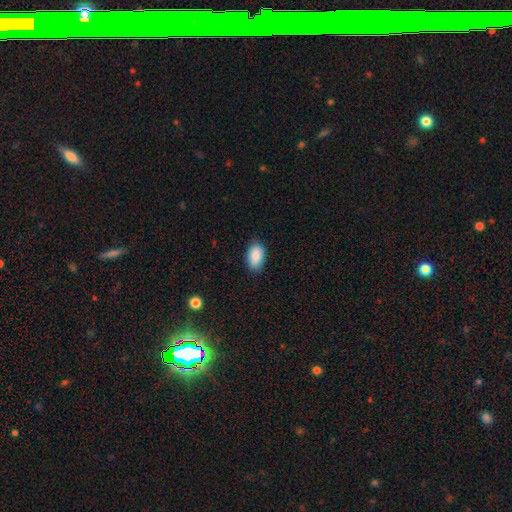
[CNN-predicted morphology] This appears to be a smooth galaxy with no disk features (89%) that is in between round and cigar-shaped (92%). Merging: none (81%).